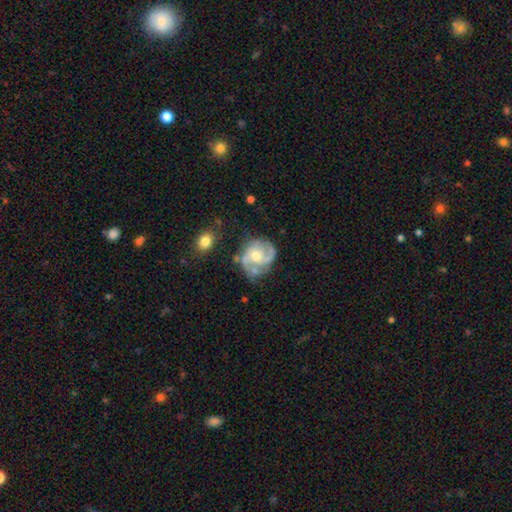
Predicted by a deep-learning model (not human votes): Q: Smooth or featured?
A: featured or disk (80%); runner-up: smooth (15%)
Q: Edge-on disk?
A: no (98%); runner-up: yes (2%)
Q: Bar?
A: no (66%); runner-up: weak (29%)
Q: Spiral arms?
A: yes (91%); runner-up: no (9%)
Q: Spiral winding?
A: medium (48%); runner-up: tight (34%)
Q: Spiral arm count?
A: 2 (67%); runner-up: can't tell (12%)
Q: Bulge size?
A: moderate (63%); runner-up: small (29%)
Q: Merging?
A: none (56%); runner-up: minor disturbance (25%)